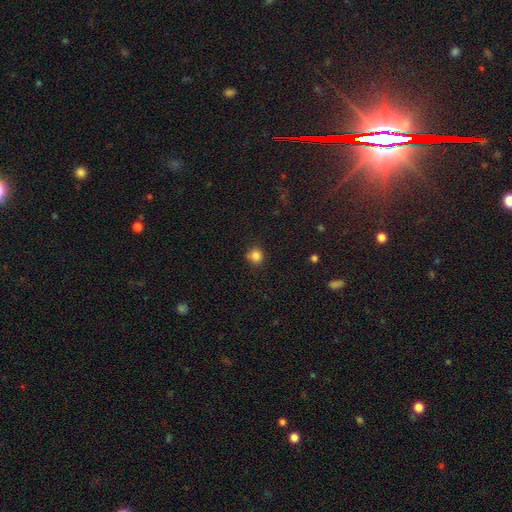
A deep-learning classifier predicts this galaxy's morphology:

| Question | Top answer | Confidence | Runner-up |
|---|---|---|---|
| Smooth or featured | smooth | 83% | star or artifact (12%) |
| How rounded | round | 89% | in between (11%) |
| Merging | none | 76% | minor disturbance (15%) |